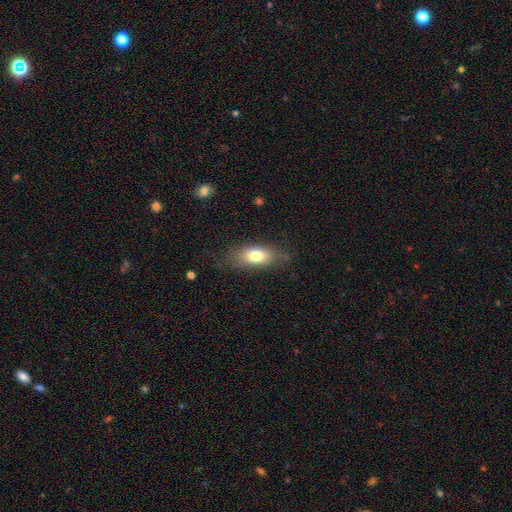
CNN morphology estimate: smooth 75%, featured or disk 17%, star or artifact 8%. Down the decision tree: how rounded — in between (82%); merging — none (71%).